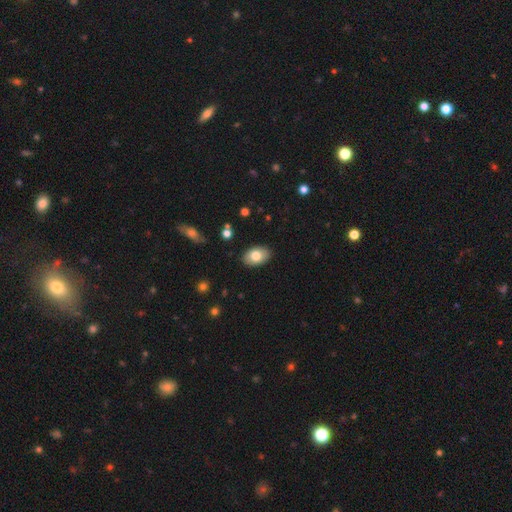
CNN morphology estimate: Smooth or featured? smooth (78%)
How rounded? in between (89%)
Merging? none (88%)